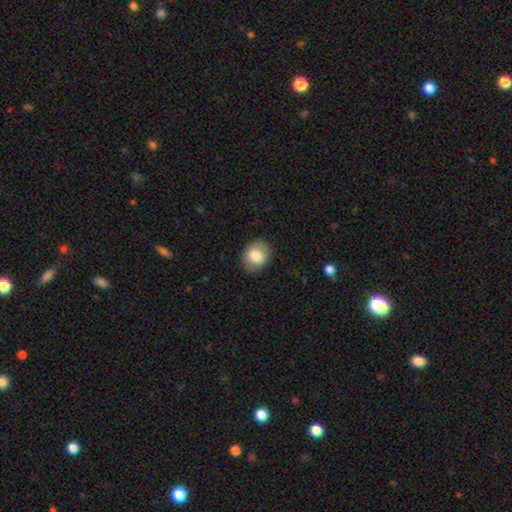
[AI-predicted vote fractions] A smooth galaxy with no disk features (81%) that is round (52%). Merging: none (85%).